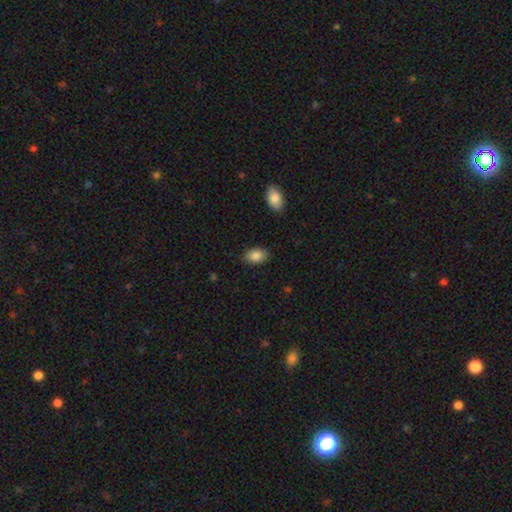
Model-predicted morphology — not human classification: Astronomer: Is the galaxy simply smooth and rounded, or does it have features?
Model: smooth — 86%.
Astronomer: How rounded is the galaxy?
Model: in between — 88%.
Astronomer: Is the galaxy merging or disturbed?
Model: none — 87%.